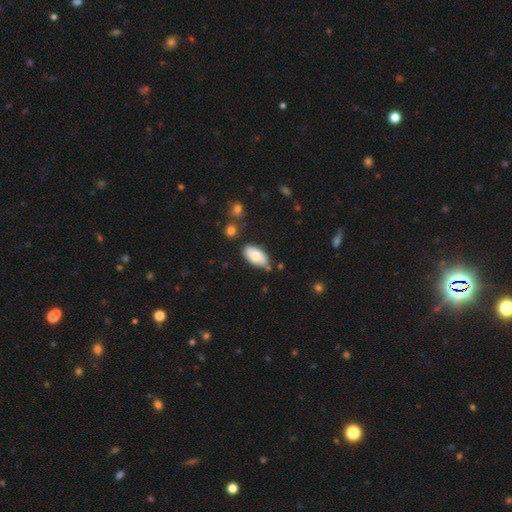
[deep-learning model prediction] A smooth galaxy with no disk features (70%) that is in between round and cigar-shaped (94%).

Vote fractions:
- Smooth or featured? smooth: 70% / featured or disk: 24% / star or artifact: 6%
- How rounded? in between: 94% / cigar-shaped: 3% / round: 3%
- Merging? none: 70% / minor disturbance: 21% / merger: 6% / major disturbance: 4%